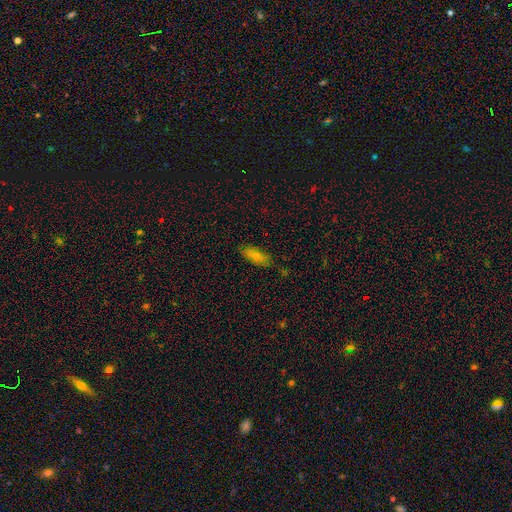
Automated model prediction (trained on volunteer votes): smooth 78%, featured or disk 13%, star or artifact 9%. Down the decision tree: how rounded — in between (84%); merging — none (78%).